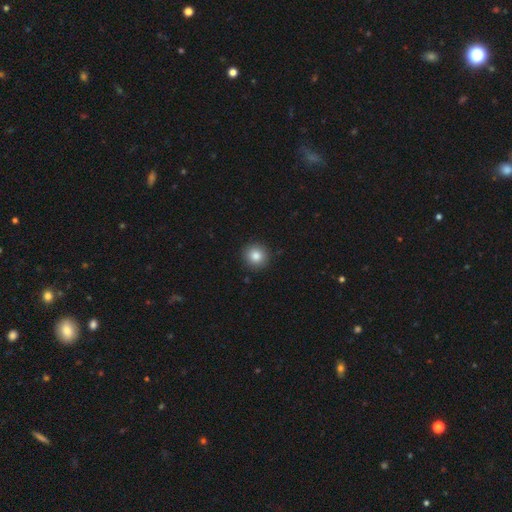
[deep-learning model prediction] Smooth or featured? smooth (84%)
How rounded? round (94%)
Merging? none (92%)